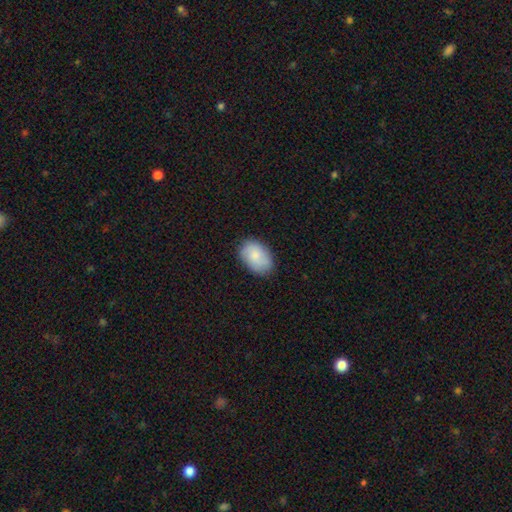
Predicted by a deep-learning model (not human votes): This appears to be a smooth galaxy with no disk features (80%) that is in between round and cigar-shaped (88%). Merging: none (81%).